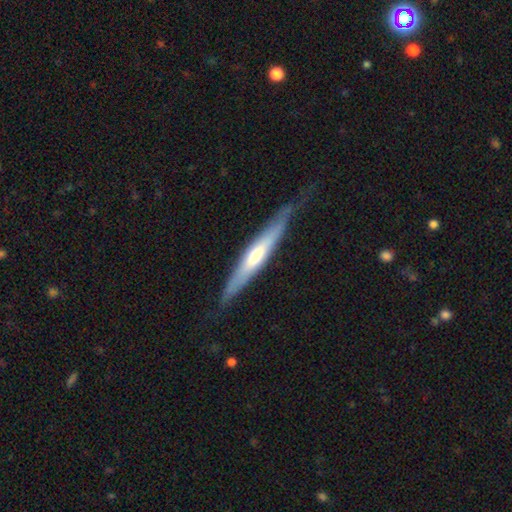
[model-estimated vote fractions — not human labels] Smooth or featured?
  - featured or disk: 55% *
  - smooth: 40%
  - star or artifact: 5%
Edge-on disk?
  - yes: 88% *
  - no: 12%
Merging?
  - none: 72% *
  - minor disturbance: 21%
  - major disturbance: 6%
  - merger: 1%